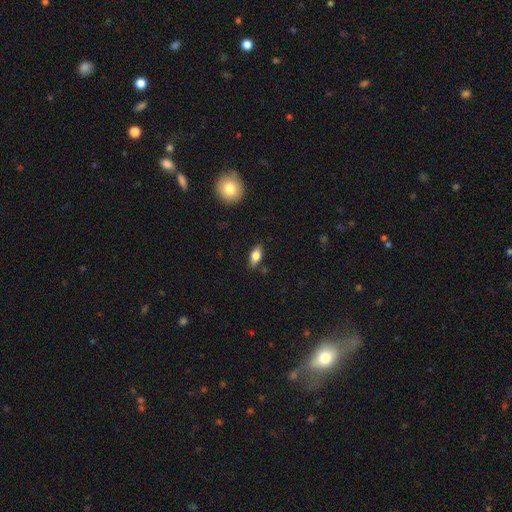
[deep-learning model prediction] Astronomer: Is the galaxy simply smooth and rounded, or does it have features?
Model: smooth — 74%.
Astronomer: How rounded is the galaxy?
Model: in between — 84%.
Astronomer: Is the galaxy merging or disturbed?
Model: none — 84%.